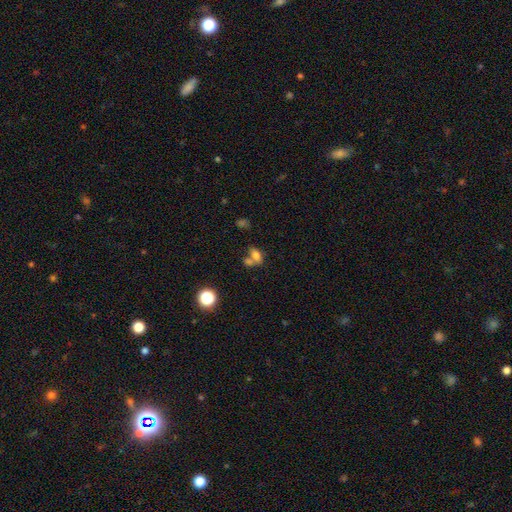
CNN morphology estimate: The model was most divided on "merging": merger: 48%, none: 34%, minor disturbance: 11%, major disturbance: 7%. More confident: how rounded — in between (76%); smooth or featured — smooth (69%).